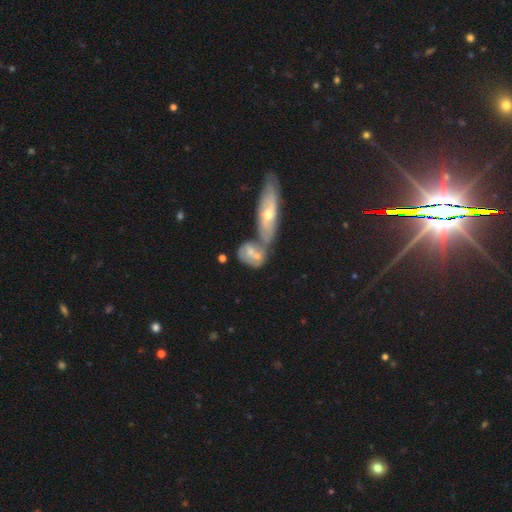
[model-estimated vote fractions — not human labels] Smooth or featured? featured or disk (54%)
Edge-on disk? no (80%)
Merging? merger (57%)